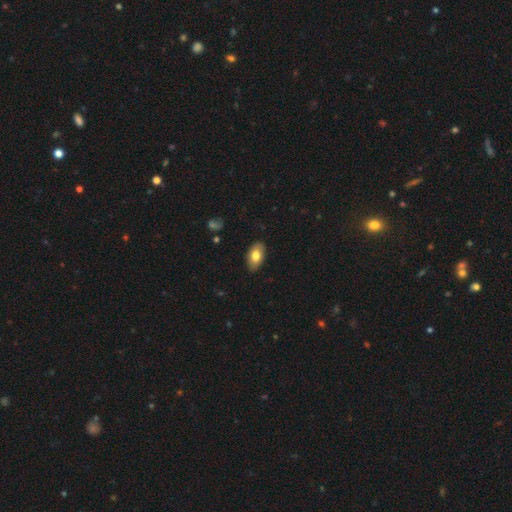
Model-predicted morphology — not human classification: smooth-or-featured: smooth: 77% | featured or disk: 17% | star or artifact: 7%
  how-rounded: in between: 93% | round: 5% | cigar-shaped: 2%
  merging: none: 84% | minor disturbance: 13% | major disturbance: 2% | merger: 1%